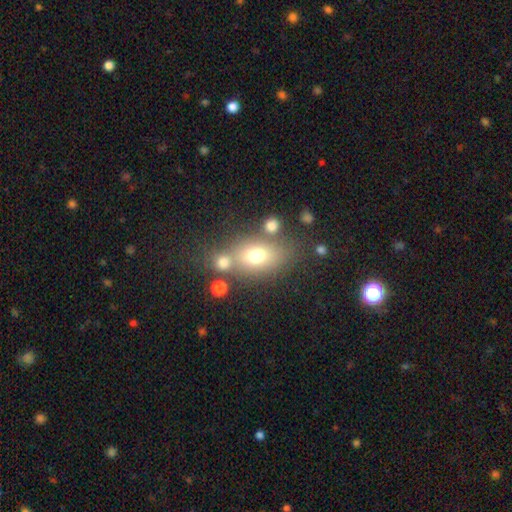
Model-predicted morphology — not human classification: smooth 69%, featured or disk 18%, star or artifact 13%. Down the decision tree: how rounded — in between (66%); merging — none (57%).